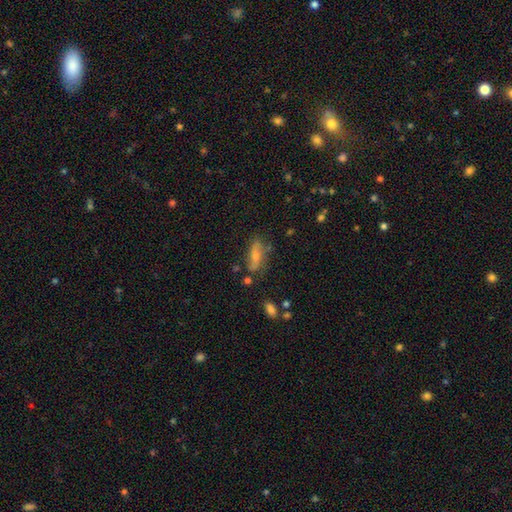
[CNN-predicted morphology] A smooth galaxy with no disk features (50%).

Vote fractions:
- Smooth or featured? smooth: 50% / featured or disk: 41% / star or artifact: 9%
- Merging? none: 61% / minor disturbance: 24% / major disturbance: 9% / merger: 5%